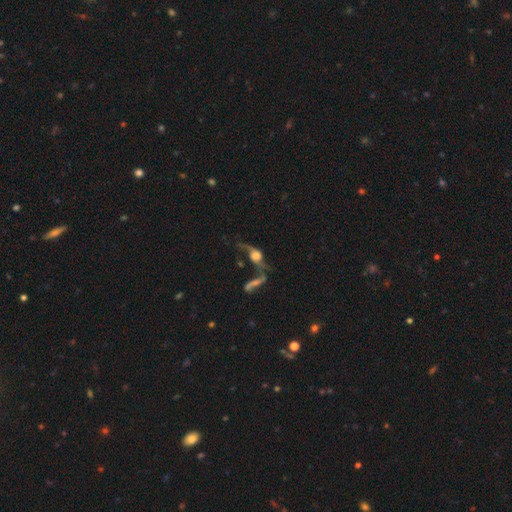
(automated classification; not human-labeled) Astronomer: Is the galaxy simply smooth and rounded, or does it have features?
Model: featured or disk — 60%.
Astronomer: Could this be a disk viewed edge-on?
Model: no — 69%.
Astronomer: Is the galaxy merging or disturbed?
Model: merger — 45% (runner-up: major disturbance, 23%).